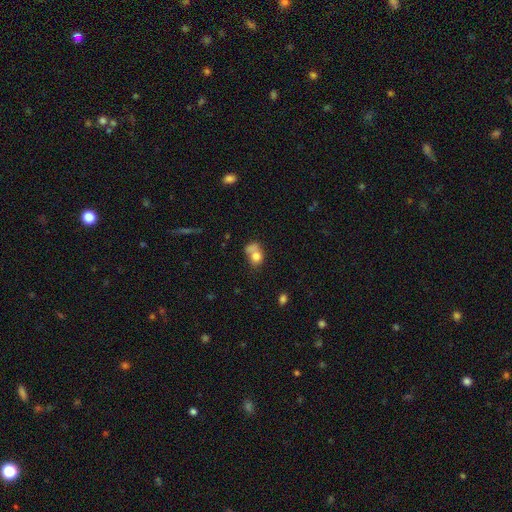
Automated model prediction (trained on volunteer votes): Q: Smooth or featured?
A: smooth (75%); runner-up: featured or disk (15%)
Q: How rounded?
A: round (52%); runner-up: in between (47%)
Q: Merging?
A: merger (45%); runner-up: none (29%)